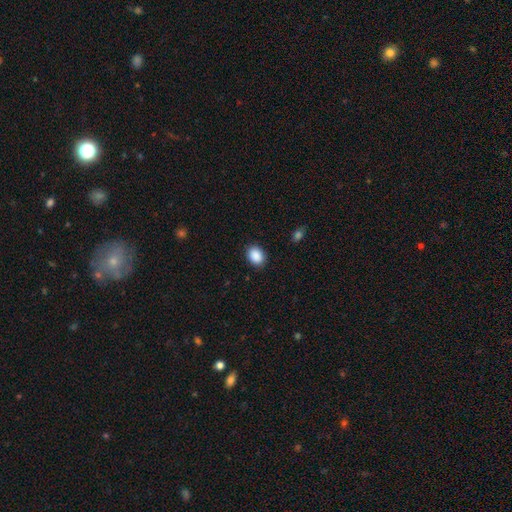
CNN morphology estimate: This is clearly a smooth galaxy (90%). How rounded: likely in between (67%). Merging: clearly none (89%).